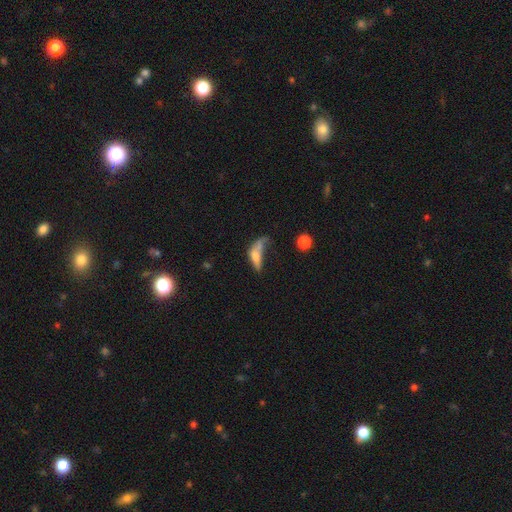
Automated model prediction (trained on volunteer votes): Morphology: type=smooth (53%); roundness=in between (60%); merging=major disturbance (45%).